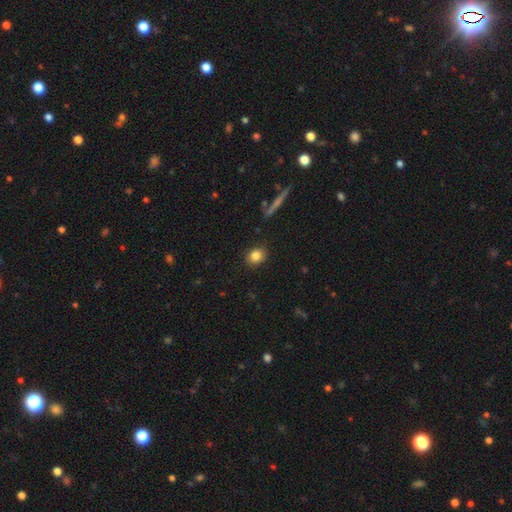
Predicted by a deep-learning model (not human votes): Smooth or featured? smooth (84%)
How rounded? round (61%)
Merging? none (88%)